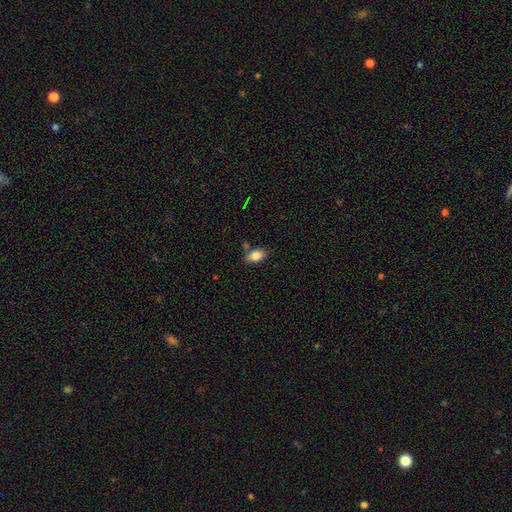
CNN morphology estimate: This is clearly a smooth galaxy (84%). How rounded: clearly in between (89%). Merging: likely none (76%).